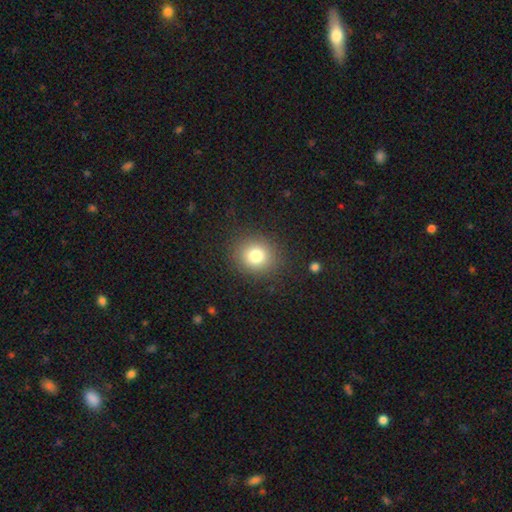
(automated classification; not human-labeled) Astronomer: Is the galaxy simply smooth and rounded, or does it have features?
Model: smooth — 79%.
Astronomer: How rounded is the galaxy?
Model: round — 81%.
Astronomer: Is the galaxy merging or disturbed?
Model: none — 87%.